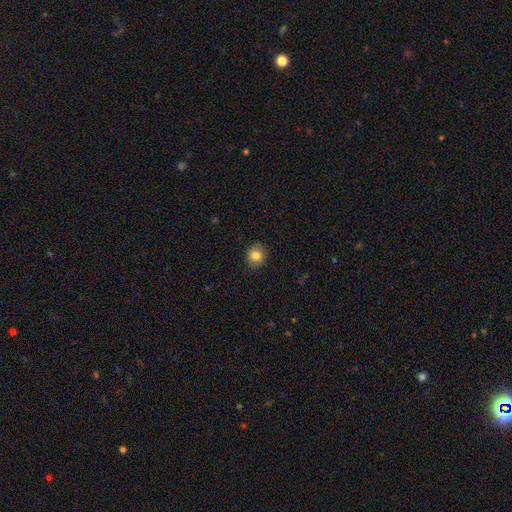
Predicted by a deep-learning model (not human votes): Q: Smooth or featured?
A: smooth (83%); runner-up: star or artifact (10%)
Q: How rounded?
A: round (74%); runner-up: in between (25%)
Q: Merging?
A: none (86%); runner-up: minor disturbance (11%)